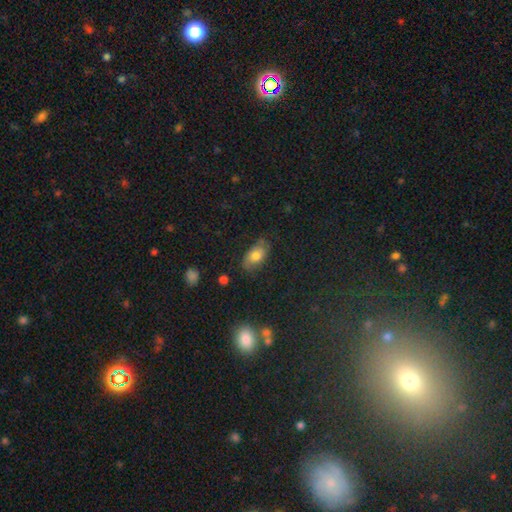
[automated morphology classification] smooth-or-featured: smooth: 73% | featured or disk: 17% | star or artifact: 10%
  how-rounded: in between: 90% | round: 7% | cigar-shaped: 4%
  merging: none: 72% | minor disturbance: 21% | major disturbance: 5% | merger: 2%